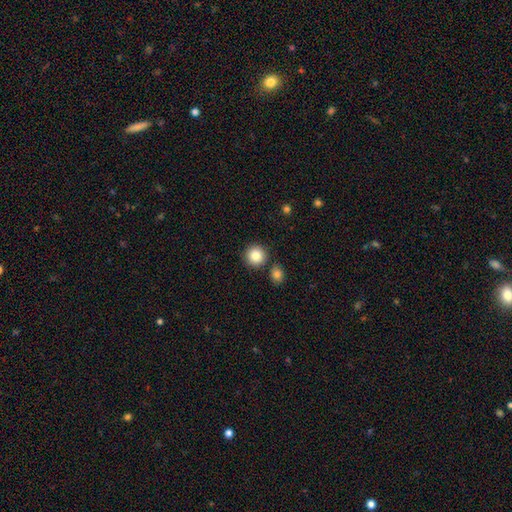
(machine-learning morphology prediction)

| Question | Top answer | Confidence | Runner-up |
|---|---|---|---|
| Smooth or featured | smooth | 84% | star or artifact (9%) |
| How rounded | round | 94% | in between (5%) |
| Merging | none | 85% | minor disturbance (6%) |